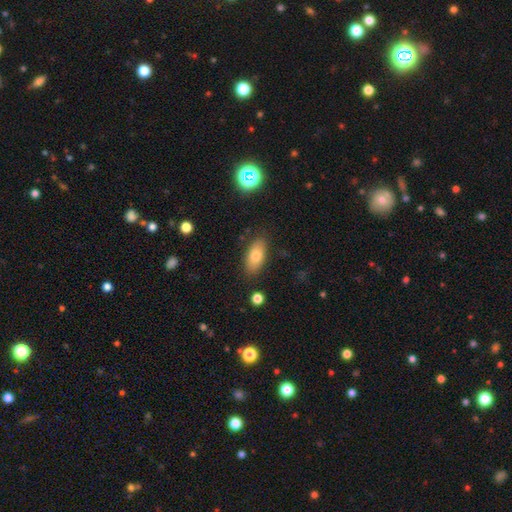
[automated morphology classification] Smooth or featured? smooth (77%)
How rounded? in between (90%)
Merging? none (83%)